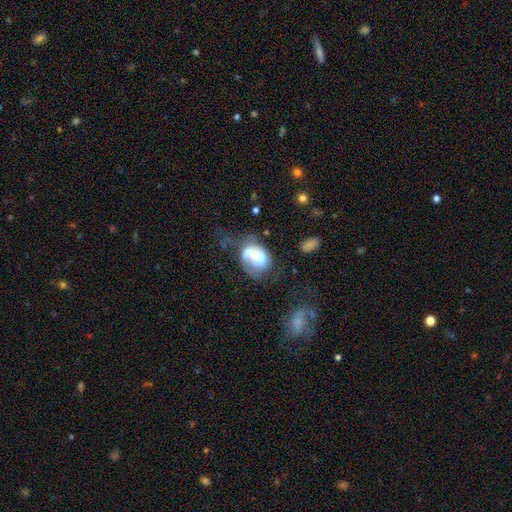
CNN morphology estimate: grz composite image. It shows a featured or disk galaxy (57%) with no bar (59%), no spiral arms (56%) and a moderate central bulge (43%). Merging: major disturbance (31%).